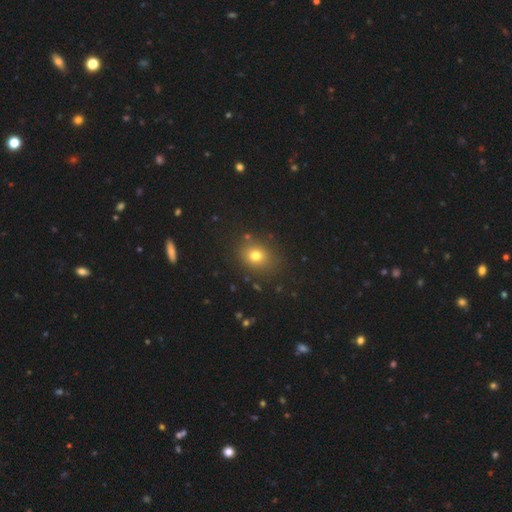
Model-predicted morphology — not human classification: smooth_or_featured: smooth (p=0.74) [alt: star or artifact p=0.16]
how_rounded: round (p=0.66) [alt: in between p=0.34]
merging: none (p=0.85) [alt: minor disturbance p=0.10]